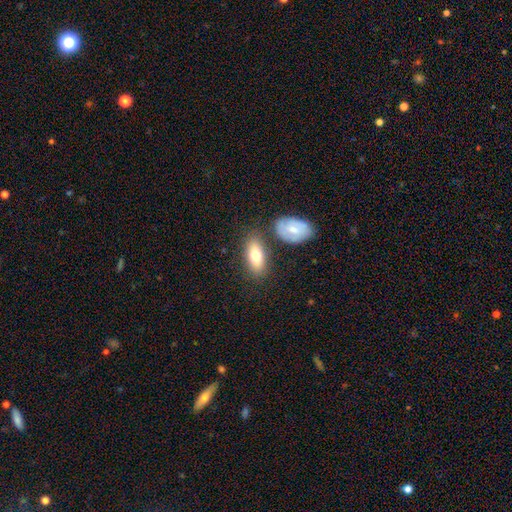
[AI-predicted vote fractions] Smooth or featured?
  - smooth: 72% *
  - featured or disk: 22%
  - star or artifact: 6%
How rounded?
  - in between: 83% *
  - cigar-shaped: 13%
  - round: 4%
Merging?
  - none: 72% *
  - minor disturbance: 13%
  - merger: 11%
  - major disturbance: 4%